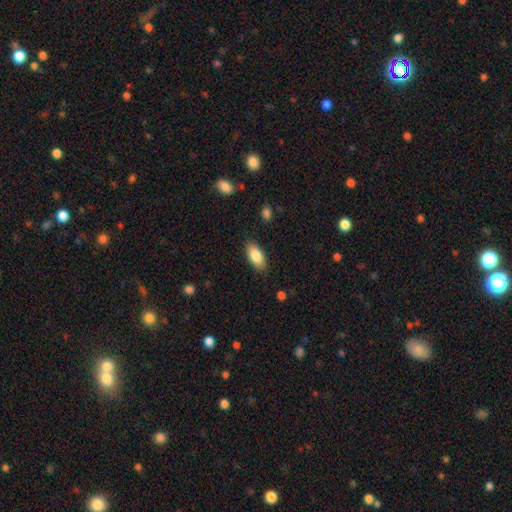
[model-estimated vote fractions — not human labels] Smooth or featured? Predicted: smooth (p=0.85). How rounded? Predicted: in between (p=0.90). Merging? Predicted: none (p=0.85).